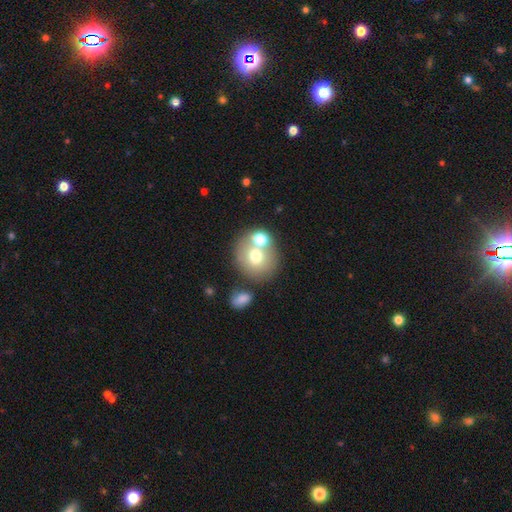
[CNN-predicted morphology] smooth 66%, featured or disk 23%, star or artifact 11%. Down the decision tree: how rounded — round (76%); merging — none (54%).